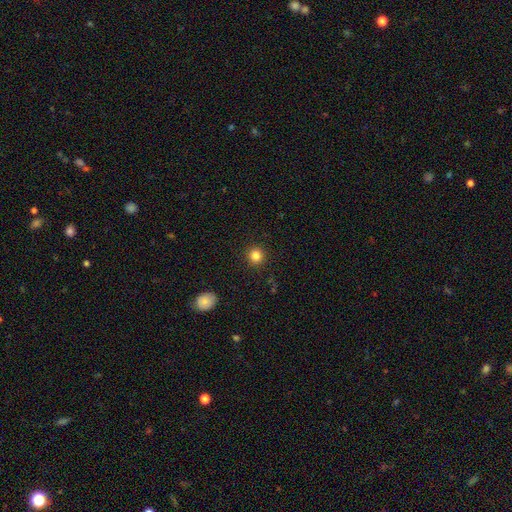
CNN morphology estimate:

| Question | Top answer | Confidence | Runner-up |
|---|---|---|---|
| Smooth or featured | smooth | 84% | star or artifact (11%) |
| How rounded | round | 92% | in between (7%) |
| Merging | none | 92% | minor disturbance (5%) |